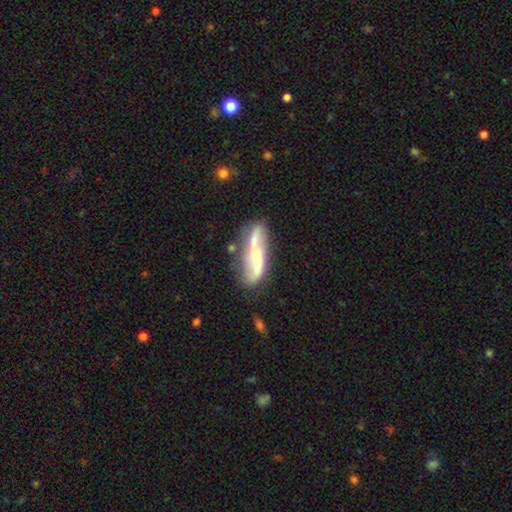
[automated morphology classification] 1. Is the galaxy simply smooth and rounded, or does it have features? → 69% featured or disk, 24% smooth, 7% star or artifact.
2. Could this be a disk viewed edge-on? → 81% no, 19% yes.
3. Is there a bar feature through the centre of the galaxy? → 54% no, 28% weak, 18% strong.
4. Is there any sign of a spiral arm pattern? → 83% yes, 17% no.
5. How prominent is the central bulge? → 50% small, 39% moderate, 6% none, 3% large, 1% dominant.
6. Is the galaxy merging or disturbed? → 59% none, 22% minor disturbance, 11% merger, 9% major disturbance.